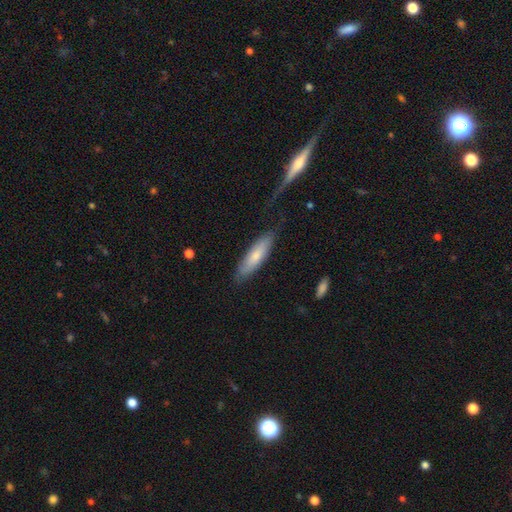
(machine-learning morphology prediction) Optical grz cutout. It shows a smooth galaxy with no disk features (69%) that is cigar-shaped (59%). Merging: none (76%).